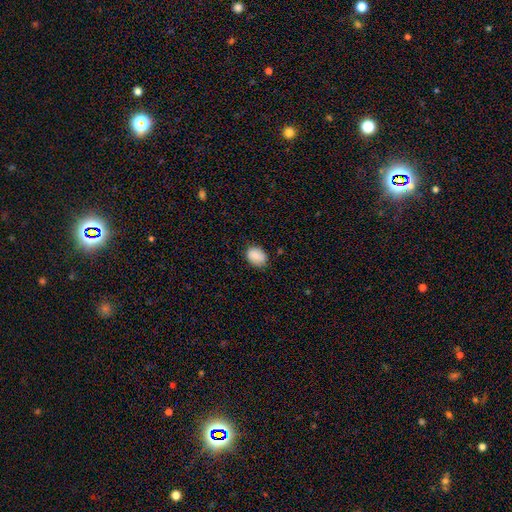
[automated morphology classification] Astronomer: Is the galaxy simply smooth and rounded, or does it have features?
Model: smooth — 86%.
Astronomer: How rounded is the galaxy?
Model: in between — 66%.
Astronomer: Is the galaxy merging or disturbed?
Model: none — 76%.